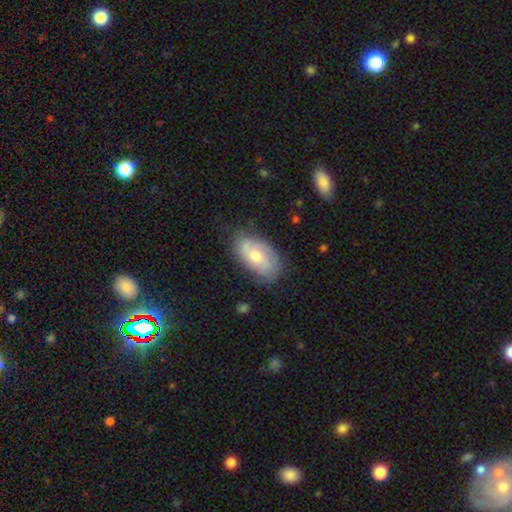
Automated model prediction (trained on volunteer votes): Q: Smooth or featured?
A: smooth (48%); runner-up: featured or disk (45%)
Q: Merging?
A: none (70%); runner-up: minor disturbance (23%)